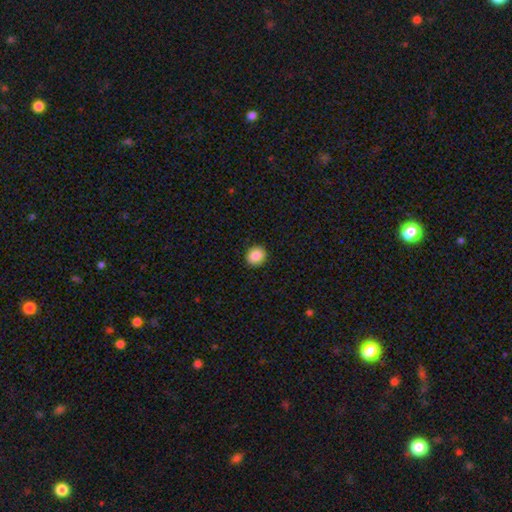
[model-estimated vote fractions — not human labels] Smooth or featured: smooth — 88% (star or artifact — 8%)
How rounded: round — 80% (in between — 19%)
Merging: none — 92% (minor disturbance — 6%)